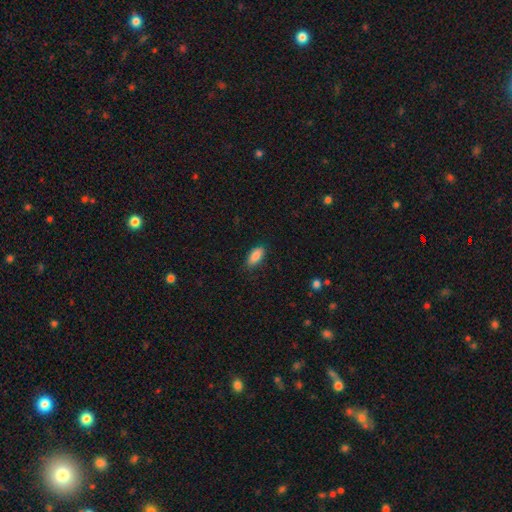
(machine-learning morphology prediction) type=smooth (87%); roundness=in between (88%); merging=none (83%).